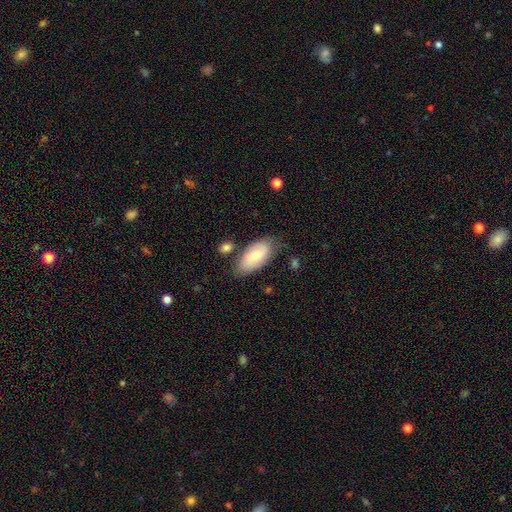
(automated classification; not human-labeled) Q: Smooth or featured?
A: smooth (63%); runner-up: featured or disk (31%)
Q: How rounded?
A: in between (93%); runner-up: cigar-shaped (4%)
Q: Merging?
A: none (73%); runner-up: minor disturbance (18%)